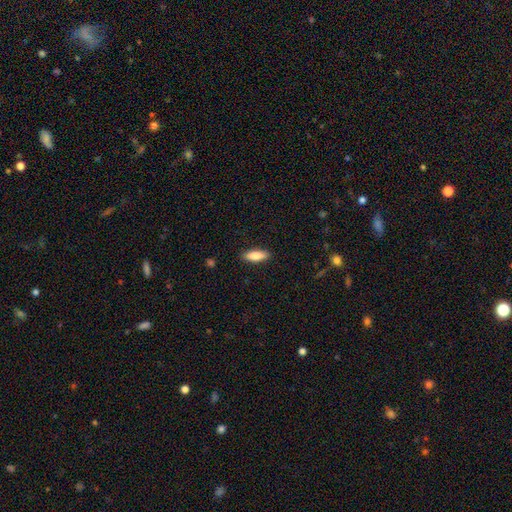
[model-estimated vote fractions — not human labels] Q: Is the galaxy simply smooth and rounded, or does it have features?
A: smooth — 83%.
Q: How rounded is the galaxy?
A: in between — 64%.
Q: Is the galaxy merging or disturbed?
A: none — 90%.